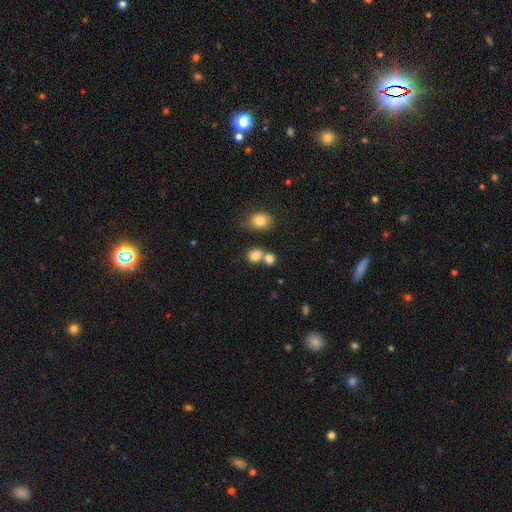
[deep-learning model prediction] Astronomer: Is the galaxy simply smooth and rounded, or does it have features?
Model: smooth — 82%.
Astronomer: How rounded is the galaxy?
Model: round — 58% (runner-up: in between, 40%).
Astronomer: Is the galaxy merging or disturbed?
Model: none — 46% (runner-up: merger, 41%).